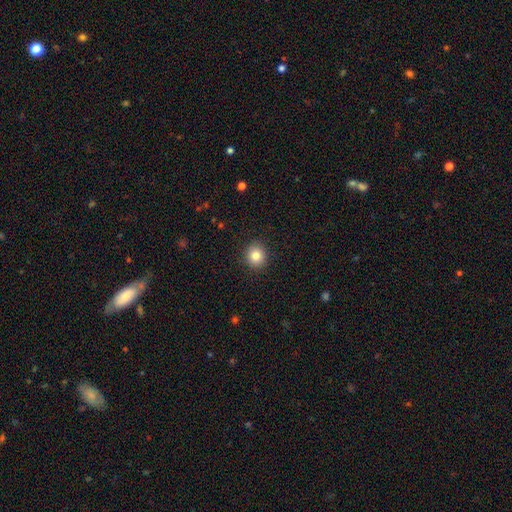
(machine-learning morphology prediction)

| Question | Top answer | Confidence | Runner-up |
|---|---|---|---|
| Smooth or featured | smooth | 83% | star or artifact (10%) |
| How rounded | round | 85% | in between (14%) |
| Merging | none | 91% | minor disturbance (6%) |